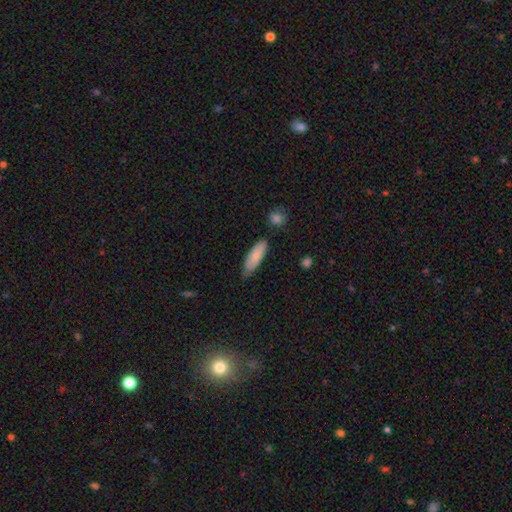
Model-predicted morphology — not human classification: type=smooth (83%); roundness=in between (54%); merging=none (72%).